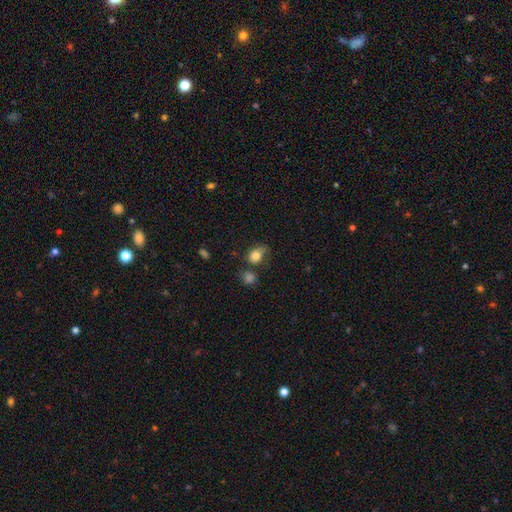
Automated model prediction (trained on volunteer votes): This is clearly a smooth galaxy (80%). How rounded: possibly in between (55%). Merging: marginally none (41%).